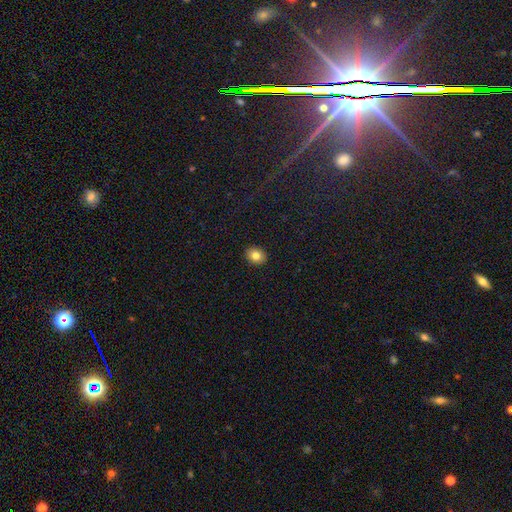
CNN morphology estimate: smooth_or_featured: smooth (p=0.82) [alt: star or artifact p=0.10]
how_rounded: round (p=0.52) [alt: in between p=0.47]
merging: none (p=0.91) [alt: minor disturbance p=0.06]